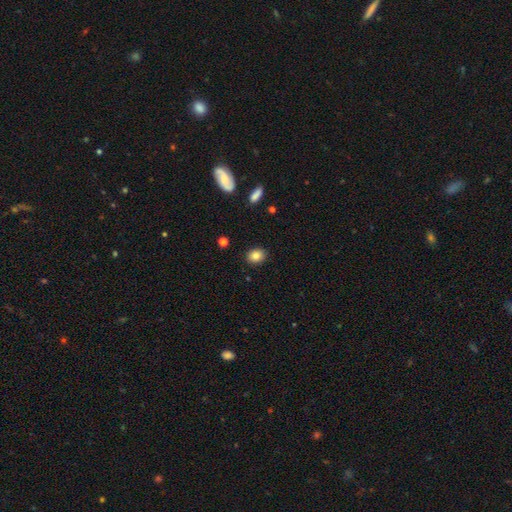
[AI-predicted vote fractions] Smooth or featured: smooth — 83% (star or artifact — 10%)
How rounded: round — 54% (in between — 45%)
Merging: none — 88% (minor disturbance — 8%)